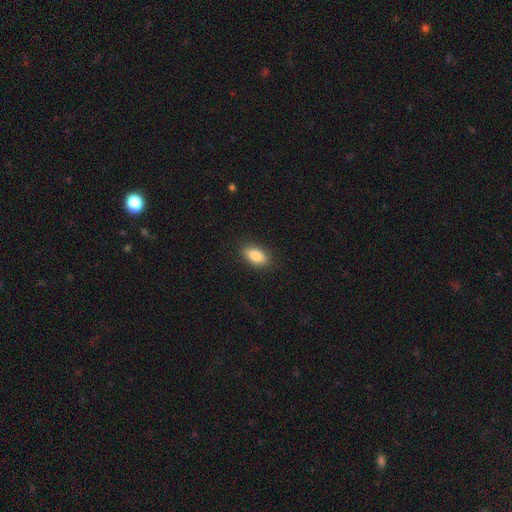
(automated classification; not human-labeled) A smooth galaxy with no disk features (85%) that is in between round and cigar-shaped (89%).

Vote fractions:
- Smooth or featured? smooth: 85% / featured or disk: 8% / star or artifact: 7%
- How rounded? in between: 89% / cigar-shaped: 7% / round: 5%
- Merging? none: 88% / minor disturbance: 9% / major disturbance: 2% / merger: 1%